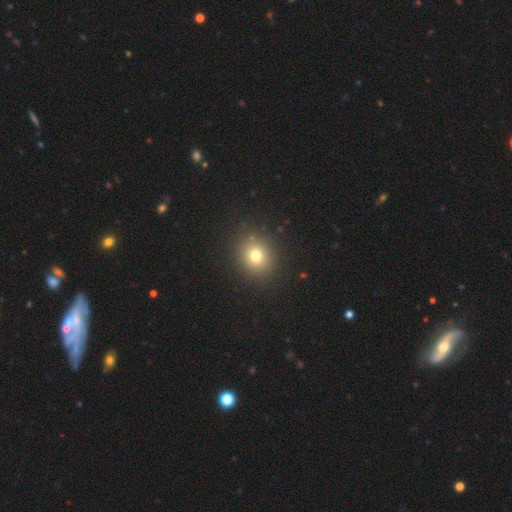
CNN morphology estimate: Smooth or featured: smooth — 75% (star or artifact — 16%)
How rounded: round — 79% (in between — 20%)
Merging: none — 88% (minor disturbance — 7%)